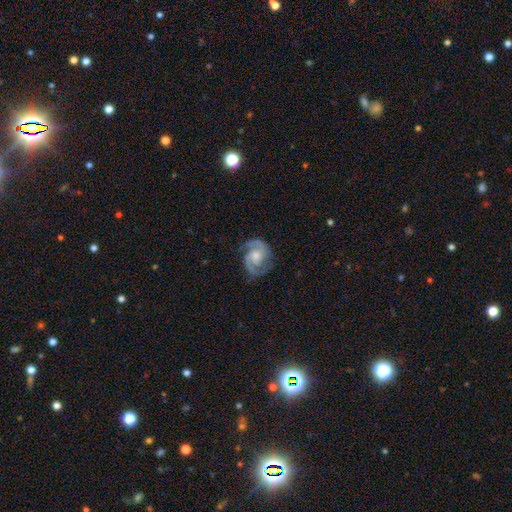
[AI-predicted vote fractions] A featured or disk galaxy (88%) with no bar (56%), 2 (89%) medium (56%) spiral arms (97%) and a moderate central bulge (47%). Merging: none (76%).